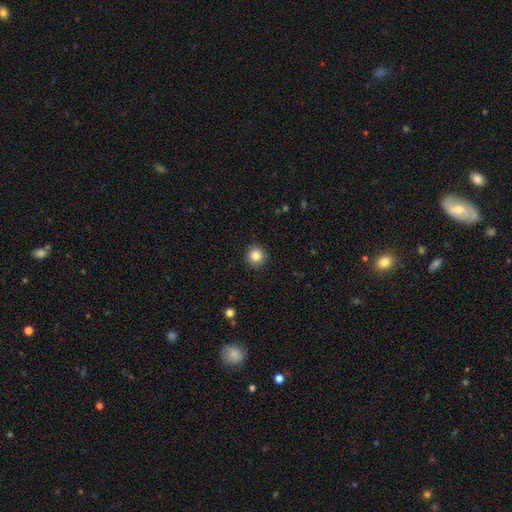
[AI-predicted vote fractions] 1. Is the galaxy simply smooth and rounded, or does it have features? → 84% smooth, 10% star or artifact, 6% featured or disk.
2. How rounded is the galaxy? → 94% round, 5% in between, 1% cigar-shaped.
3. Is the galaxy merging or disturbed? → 91% none, 6% minor disturbance, 2% major disturbance, 1% merger.